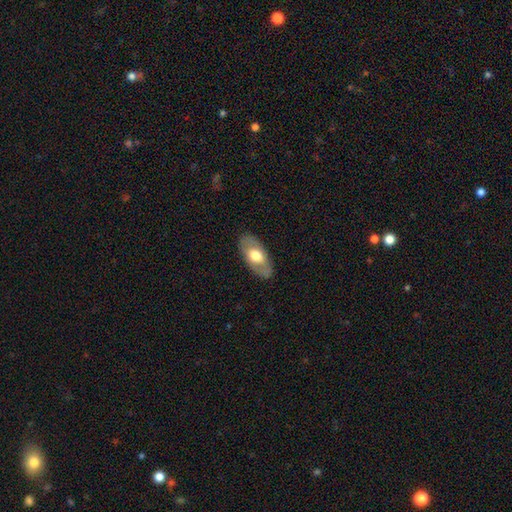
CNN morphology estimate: type=smooth (54%); roundness=in between (92%); merging=none (85%).